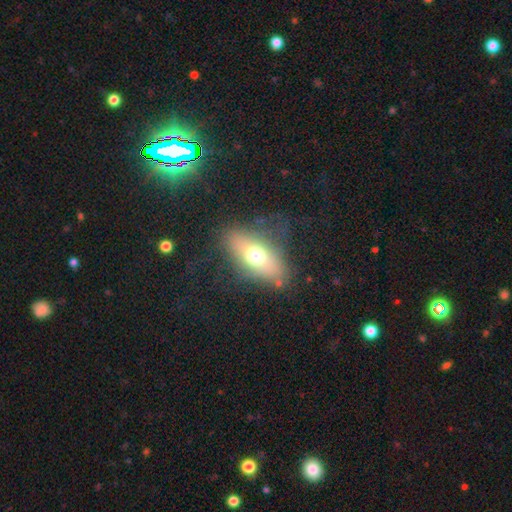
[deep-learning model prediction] Smooth or featured? smooth (60%)
How rounded? in between (78%)
Merging? none (67%)